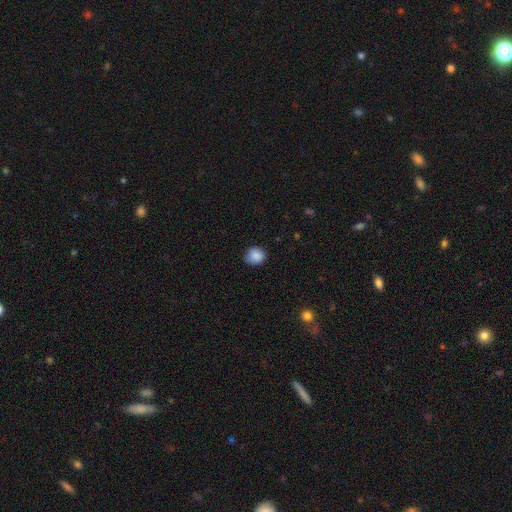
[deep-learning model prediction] Smooth or featured?
  - smooth: 87% *
  - star or artifact: 9%
  - featured or disk: 4%
How rounded?
  - round: 78% *
  - in between: 21%
  - cigar-shaped: 1%
Merging?
  - none: 76% *
  - minor disturbance: 19%
  - major disturbance: 3%
  - merger: 1%